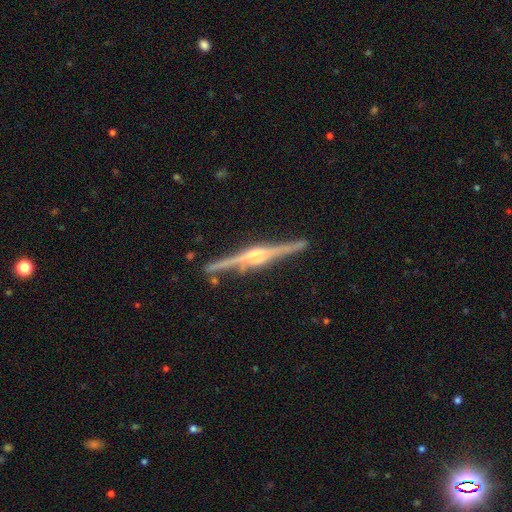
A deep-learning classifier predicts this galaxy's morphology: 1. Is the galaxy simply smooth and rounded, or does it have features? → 87% featured or disk, 7% smooth, 6% star or artifact.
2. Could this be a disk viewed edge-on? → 98% yes, 2% no.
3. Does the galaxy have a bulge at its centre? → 75% rounded, 21% boxy, 4% none.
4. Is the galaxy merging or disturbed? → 88% none, 9% minor disturbance, 2% merger, 2% major disturbance.